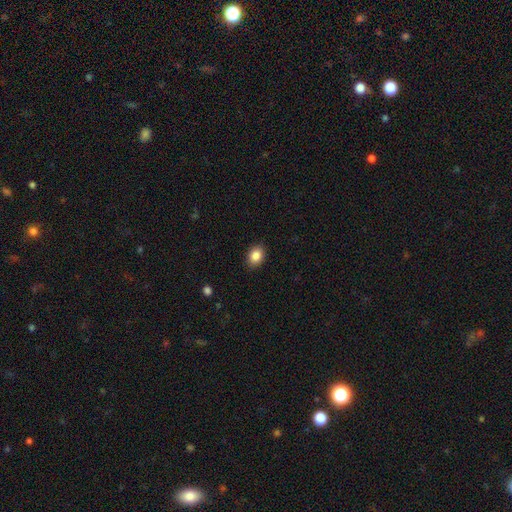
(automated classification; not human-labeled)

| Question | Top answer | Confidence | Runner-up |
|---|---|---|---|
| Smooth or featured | smooth | 86% | star or artifact (9%) |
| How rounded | in between | 66% | round (33%) |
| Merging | none | 88% | minor disturbance (9%) |